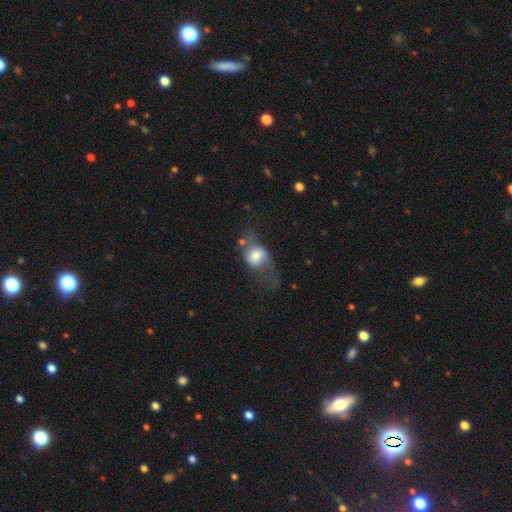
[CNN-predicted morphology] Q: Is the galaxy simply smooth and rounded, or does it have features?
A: smooth — 63%.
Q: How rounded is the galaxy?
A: in between — 56%.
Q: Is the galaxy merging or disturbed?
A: major disturbance — 36%.